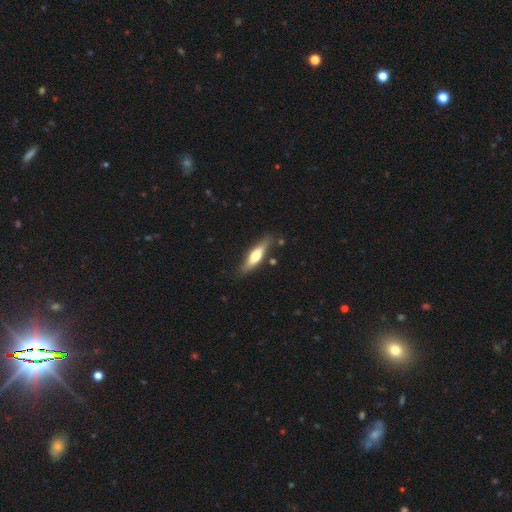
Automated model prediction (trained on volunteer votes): A smooth galaxy with no disk features (48%).

Vote fractions:
- Smooth or featured? smooth: 48% / featured or disk: 47% / star or artifact: 5%
- Merging? none: 79% / minor disturbance: 15% / merger: 3% / major disturbance: 3%